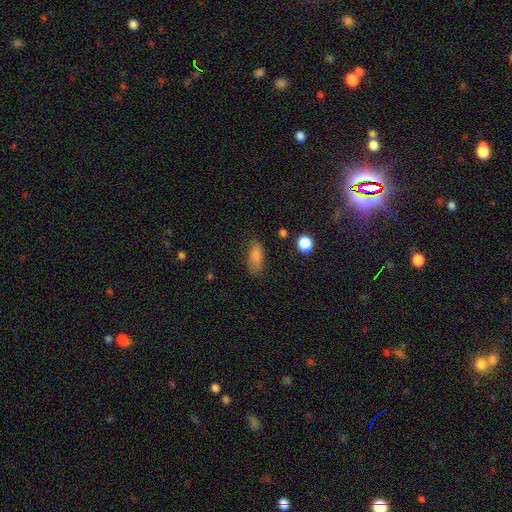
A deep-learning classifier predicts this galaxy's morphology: A smooth galaxy with no disk features (83%) that is in between round and cigar-shaped (83%). Merging: none (75%).